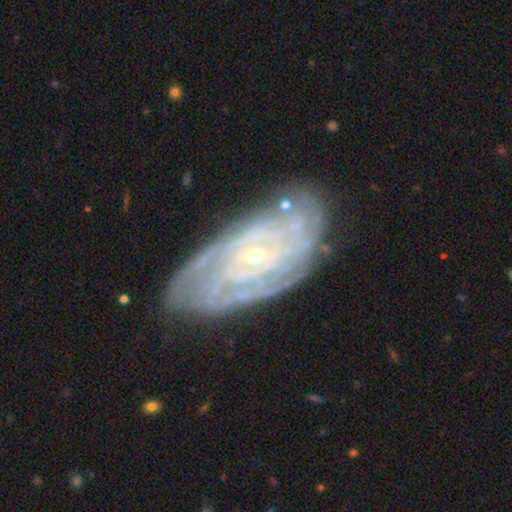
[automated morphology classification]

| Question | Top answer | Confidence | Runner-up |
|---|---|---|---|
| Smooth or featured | featured or disk | 86% | smooth (8%) |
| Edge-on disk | no | 94% | yes (6%) |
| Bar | no | 66% | weak (26%) |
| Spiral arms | yes | 96% | no (4%) |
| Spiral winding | tight | 75% | medium (20%) |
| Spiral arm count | can't tell | 34% | 4 (20%) |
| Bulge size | small | 82% | moderate (15%) |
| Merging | none | 76% | minor disturbance (17%) |